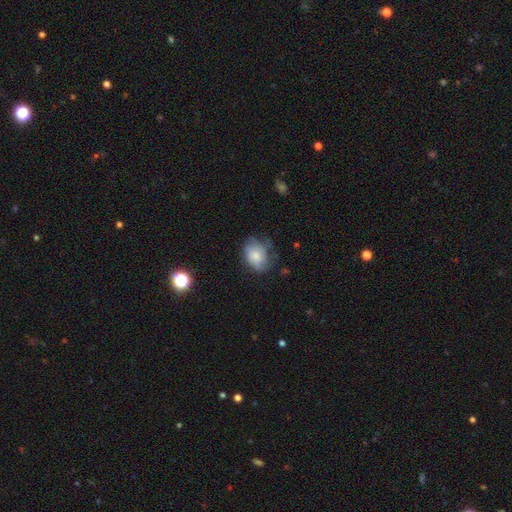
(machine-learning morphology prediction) Q: Smooth or featured?
A: smooth (69%); runner-up: featured or disk (23%)
Q: How rounded?
A: in between (61%); runner-up: round (38%)
Q: Merging?
A: none (53%); runner-up: minor disturbance (31%)